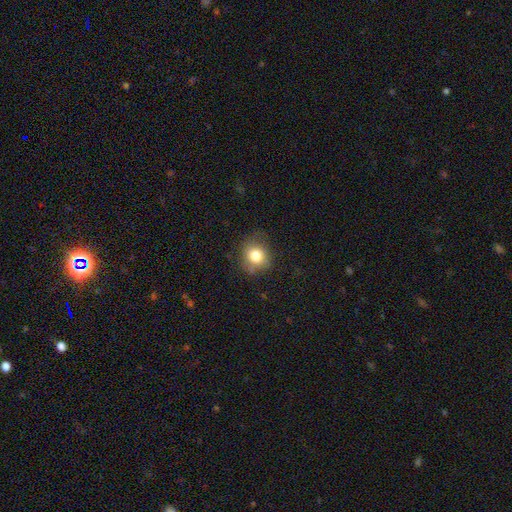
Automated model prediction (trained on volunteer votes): Smooth or featured? Predicted: smooth (p=0.80). How rounded? Predicted: round (p=0.73). Merging? Predicted: none (p=0.73).